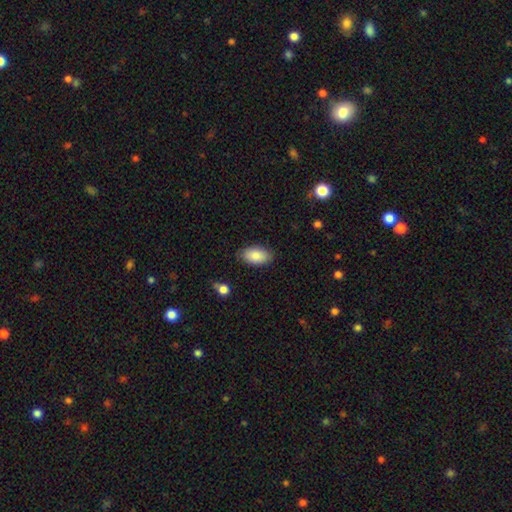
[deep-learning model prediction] smooth_or_featured: smooth (p=0.87) [alt: featured or disk p=0.07]
how_rounded: in between (p=0.94) [alt: round p=0.04]
merging: none (p=0.84) [alt: minor disturbance p=0.12]